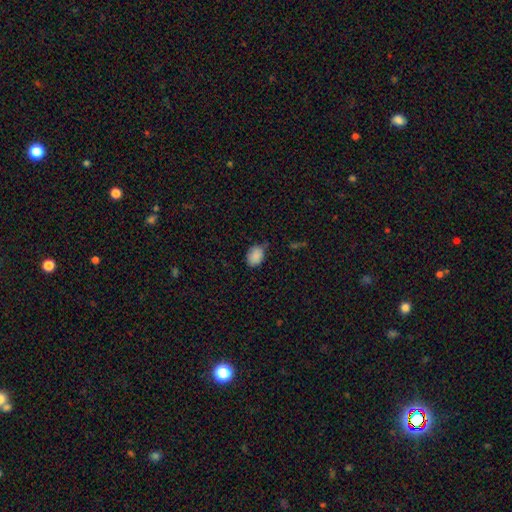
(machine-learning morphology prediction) Smooth or featured? Predicted: smooth (p=0.87). How rounded? Predicted: in between (p=0.68). Merging? Predicted: none (p=0.65).